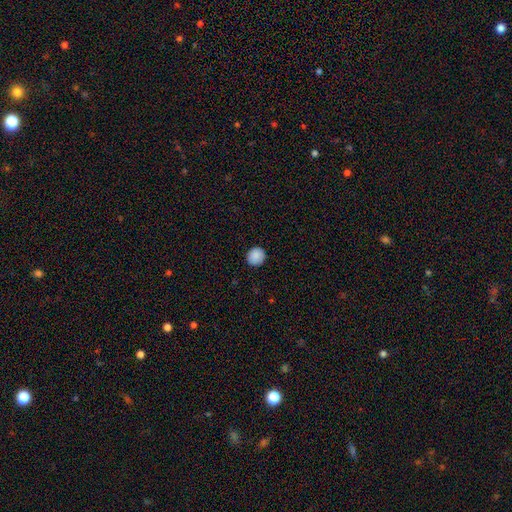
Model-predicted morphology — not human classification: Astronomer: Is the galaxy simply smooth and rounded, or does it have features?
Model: smooth — 89%.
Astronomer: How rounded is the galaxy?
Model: round — 90%.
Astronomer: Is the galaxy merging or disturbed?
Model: none — 91%.